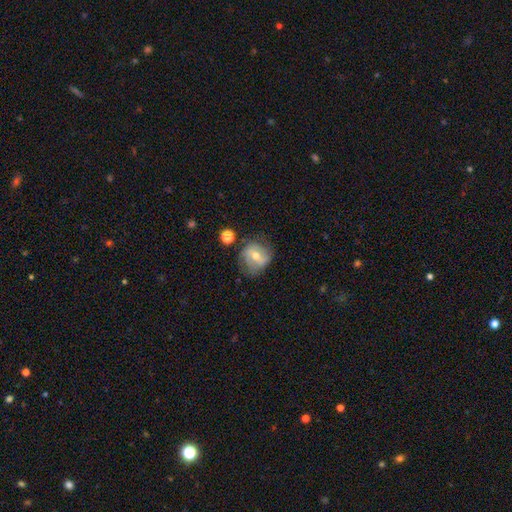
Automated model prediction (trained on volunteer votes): A featured or disk galaxy (50%). Merging: none (63%).